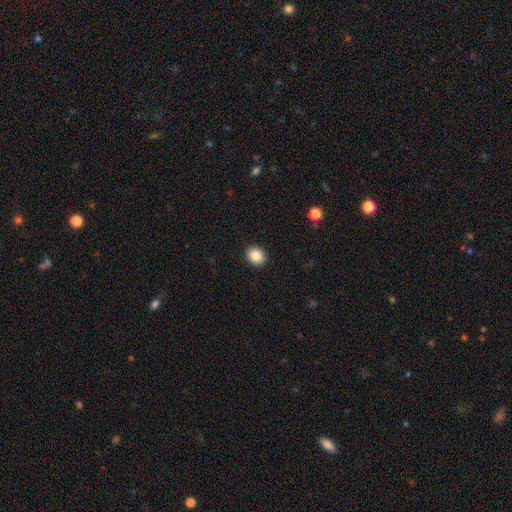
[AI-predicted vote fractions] Overall: smooth (86%). How rounded: round (64%; in between 36%). Merging: none (92%).